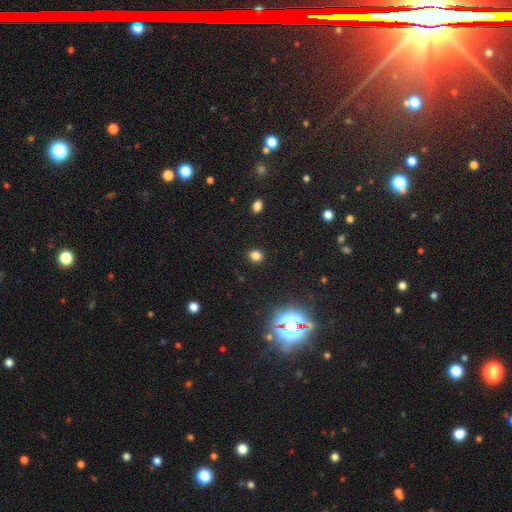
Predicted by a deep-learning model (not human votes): Overall: smooth (78%). How rounded: round (69%; in between 29%). Merging: none (90%).